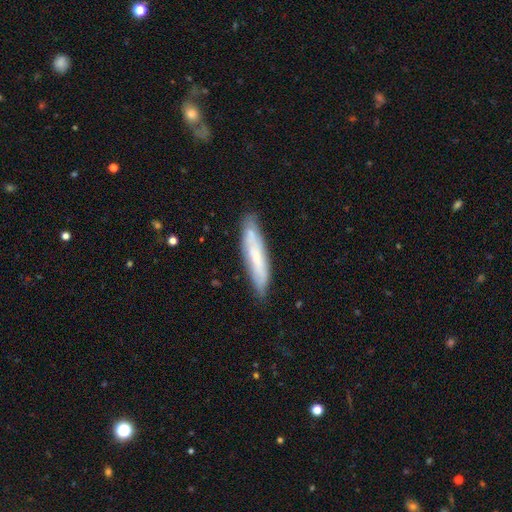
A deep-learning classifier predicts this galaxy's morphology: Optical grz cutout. It shows a smooth galaxy with no disk features (51%) that is cigar-shaped (83%). Merging: none (78%).